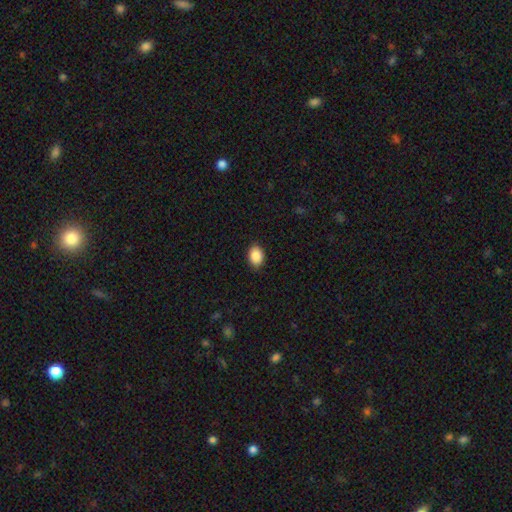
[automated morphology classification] smooth-or-featured: smooth: 89% | star or artifact: 7% | featured or disk: 4%
  how-rounded: in between: 75% | round: 24% | cigar-shaped: 1%
  merging: none: 88% | minor disturbance: 9% | major disturbance: 2% | merger: 1%